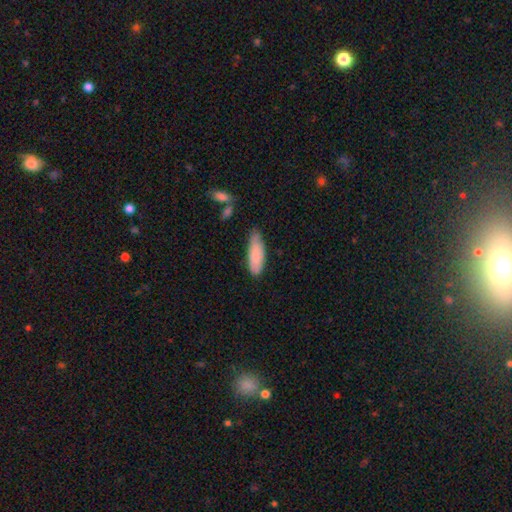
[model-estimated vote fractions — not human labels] smooth 84%, featured or disk 11%, star or artifact 6%. Down the decision tree: how rounded — in between (57%); merging — none (64%).